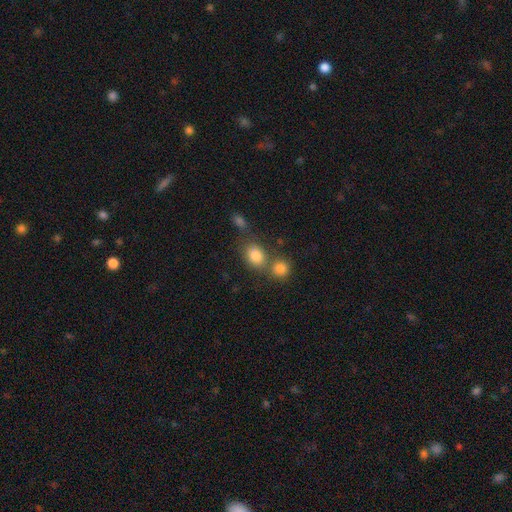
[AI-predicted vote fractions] A smooth galaxy with no disk features (82%) that is in between round and cigar-shaped (54%).

Vote fractions:
- Smooth or featured? smooth: 82% / star or artifact: 11% / featured or disk: 8%
- How rounded? in between: 54% / round: 45% / cigar-shaped: 1%
- Merging? none: 52% / merger: 32% / minor disturbance: 11% / major disturbance: 5%